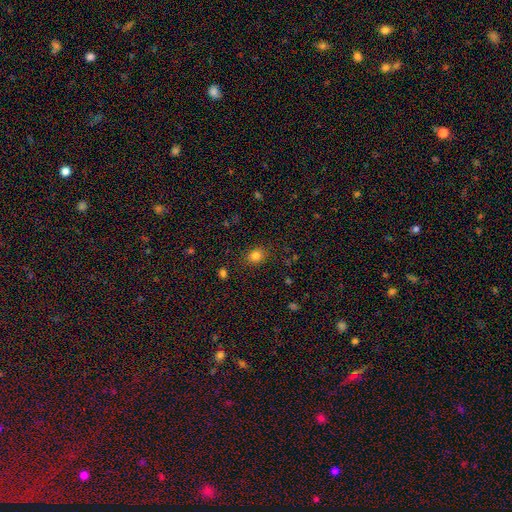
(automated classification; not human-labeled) This appears to be a smooth galaxy with no disk features (82%) that is round (64%). Merging: none (86%).